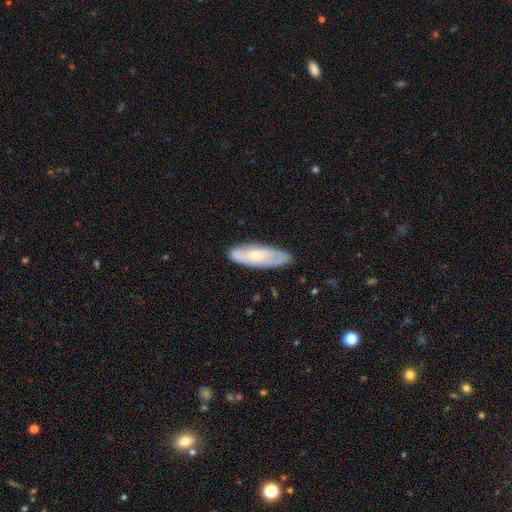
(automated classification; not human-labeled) smooth_or_featured: smooth (p=0.48) [alt: featured or disk p=0.45]
merging: none (p=0.77) [alt: minor disturbance p=0.18]